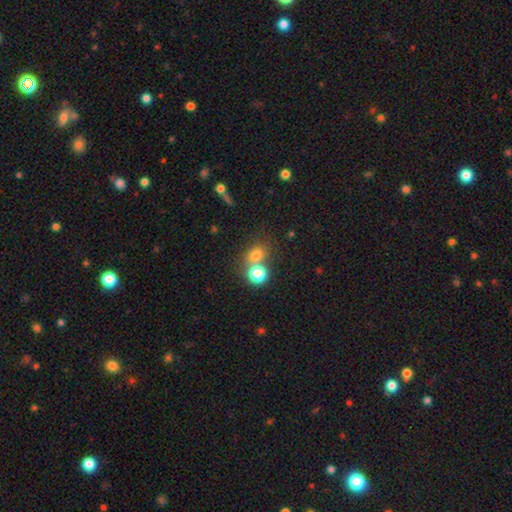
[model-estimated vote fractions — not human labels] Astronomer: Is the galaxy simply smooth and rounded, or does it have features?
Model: smooth — 73%.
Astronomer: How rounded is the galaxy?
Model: round — 65%.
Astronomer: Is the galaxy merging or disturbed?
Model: none — 52% (runner-up: merger, 34%).